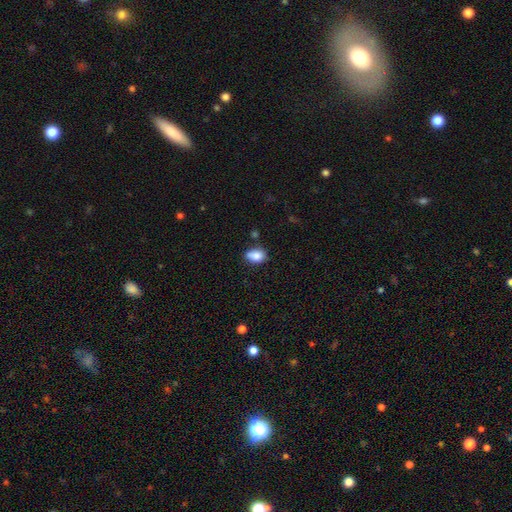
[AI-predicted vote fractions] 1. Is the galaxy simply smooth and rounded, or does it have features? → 85% smooth, 9% star or artifact, 7% featured or disk.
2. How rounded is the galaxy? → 78% in between, 20% round, 2% cigar-shaped.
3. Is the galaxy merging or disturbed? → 63% none, 25% minor disturbance, 7% merger, 5% major disturbance.